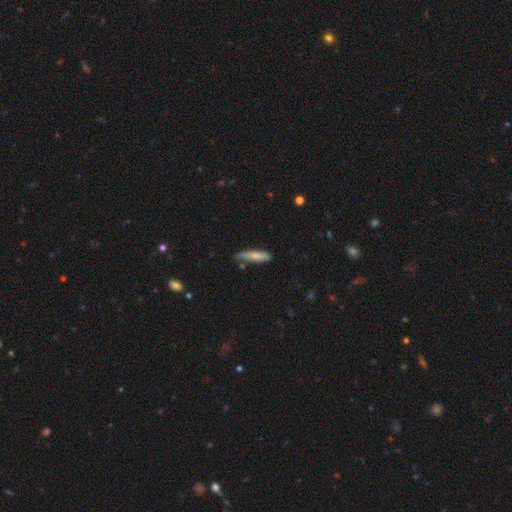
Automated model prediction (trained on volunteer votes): Overall: smooth (73%). How rounded: cigar-shaped (80%). Merging: none (66%).